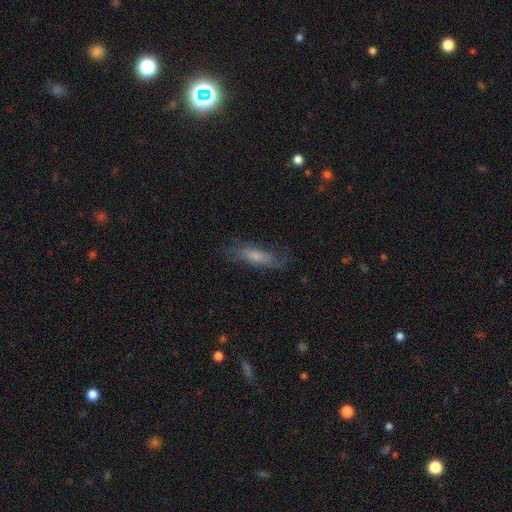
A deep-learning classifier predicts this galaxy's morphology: A smooth galaxy with no disk features (48%).

Vote fractions:
- Smooth or featured? smooth: 48% / featured or disk: 42% / star or artifact: 11%
- Merging? none: 73% / minor disturbance: 19% / major disturbance: 7% / merger: 1%